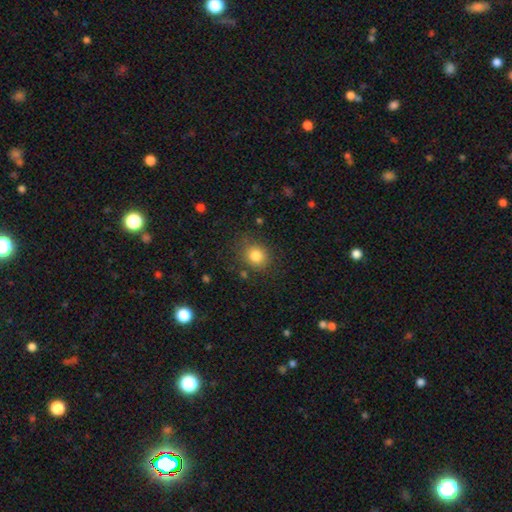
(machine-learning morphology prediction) Smooth or featured?
  - smooth: 82% *
  - star or artifact: 11%
  - featured or disk: 7%
How rounded?
  - round: 70% *
  - in between: 29%
  - cigar-shaped: 1%
Merging?
  - none: 81% *
  - minor disturbance: 13%
  - major disturbance: 4%
  - merger: 2%